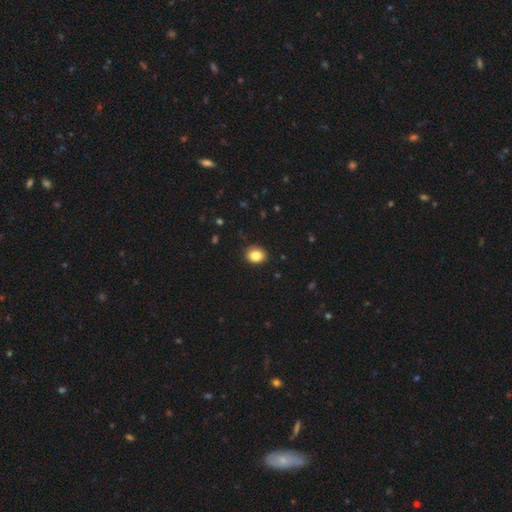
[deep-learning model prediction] Morphology: type=smooth (85%); roundness=round (59%); merging=none (89%).